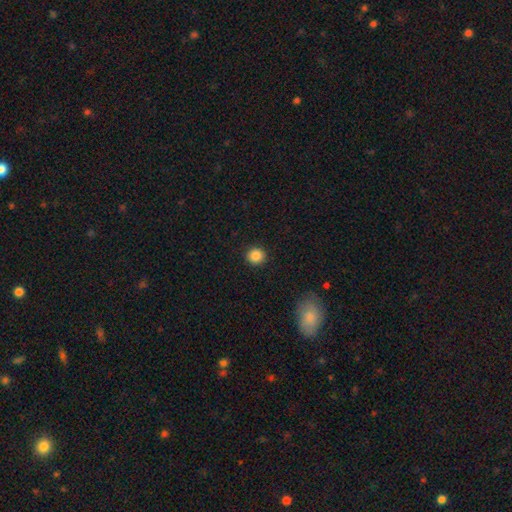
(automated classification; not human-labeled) Smooth or featured? Predicted: smooth (p=0.87). How rounded? Predicted: round (p=0.93). Merging? Predicted: none (p=0.92).